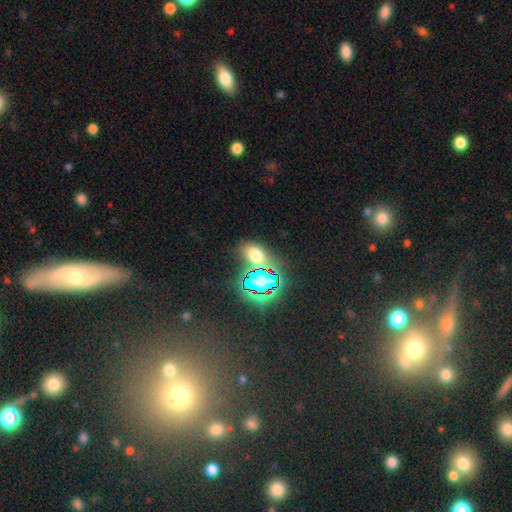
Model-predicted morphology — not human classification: This is possibly a smooth galaxy (54%). How rounded: likely in between (75%). Merging: likely none (70%).